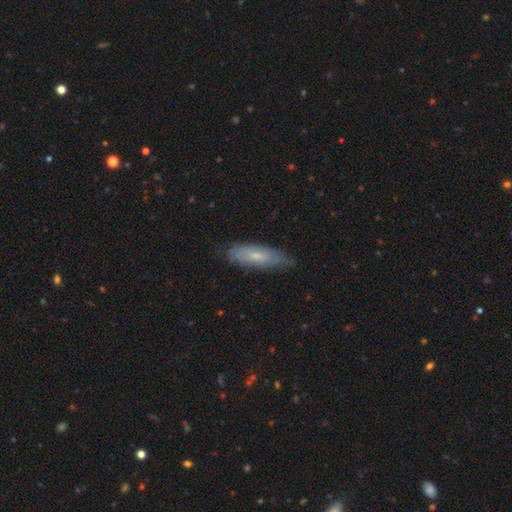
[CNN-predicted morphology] This is possibly a smooth galaxy (58%). How rounded: possibly cigar-shaped (50%). Merging: likely none (74%).